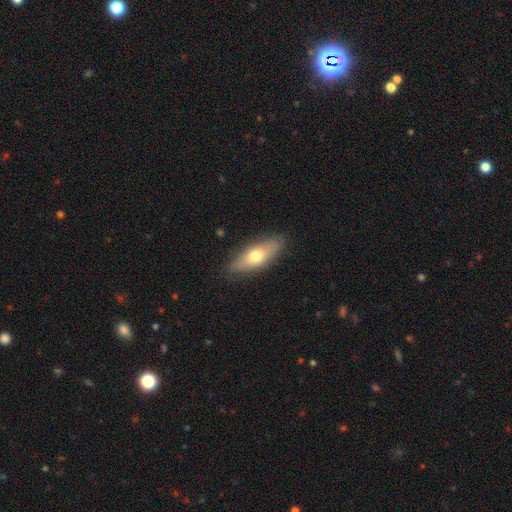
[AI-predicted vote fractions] A smooth galaxy with no disk features (63%) that is in between round and cigar-shaped (67%).

Vote fractions:
- Smooth or featured? smooth: 63% / featured or disk: 31% / star or artifact: 6%
- How rounded? in between: 67% / cigar-shaped: 30% / round: 3%
- Merging? none: 83% / minor disturbance: 13% / major disturbance: 3% / merger: 1%